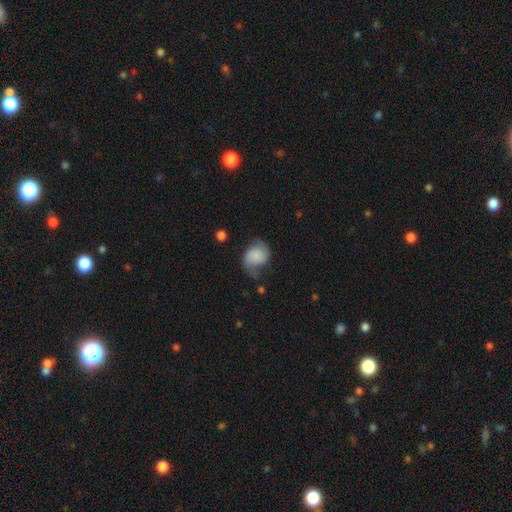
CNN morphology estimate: Smooth or featured? featured or disk (55%)
Edge-on disk? no (98%)
Bar? no (69%)
Spiral arms? yes (91%)
Bulge size? none (42%)
Merging? none (57%)